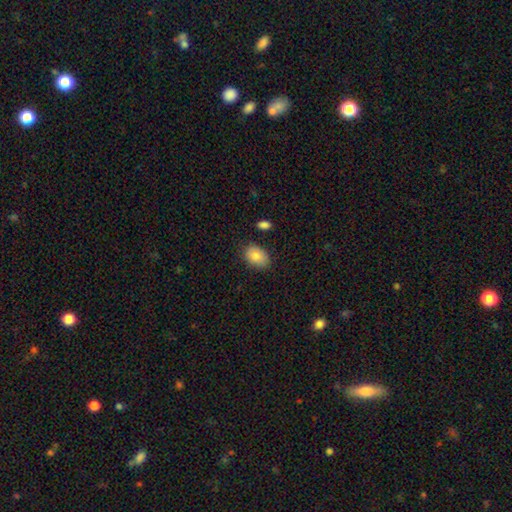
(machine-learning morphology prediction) smooth-or-featured: smooth: 84% | featured or disk: 8% | star or artifact: 7%
  how-rounded: in between: 84% | round: 15% | cigar-shaped: 1%
  merging: none: 79% | minor disturbance: 15% | major disturbance: 3% | merger: 3%